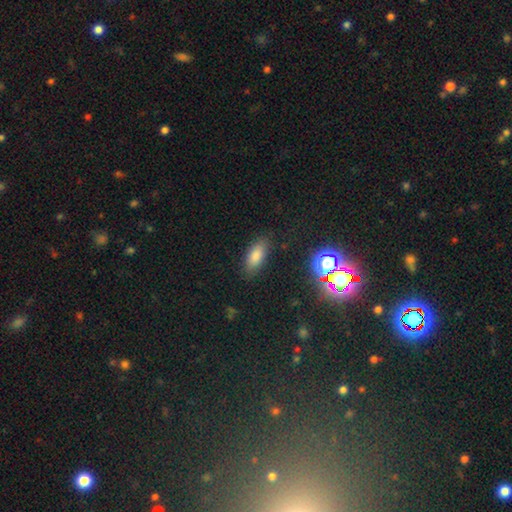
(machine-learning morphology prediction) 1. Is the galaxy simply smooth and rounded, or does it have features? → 78% smooth, 13% star or artifact, 8% featured or disk.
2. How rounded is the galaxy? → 80% in between, 16% cigar-shaped, 4% round.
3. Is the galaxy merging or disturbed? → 85% none, 11% minor disturbance, 3% major disturbance, 1% merger.